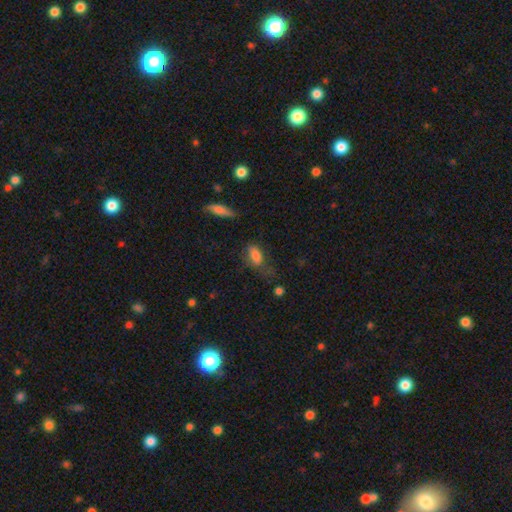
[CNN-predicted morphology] Overall: smooth (77%). How rounded: in between (88%). Merging: none (44%; minor disturbance 29%).